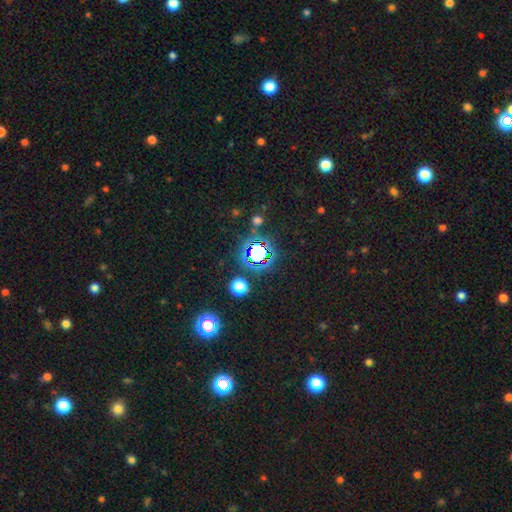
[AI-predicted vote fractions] The model was most divided on "smooth or featured": star or artifact: 68%, smooth: 22%, featured or disk: 10%.